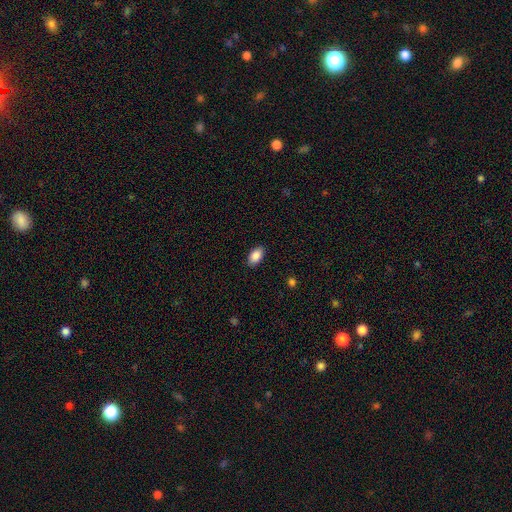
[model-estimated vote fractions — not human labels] Smooth or featured: smooth — 88% (star or artifact — 7%)
How rounded: in between — 93% (round — 5%)
Merging: none — 88% (minor disturbance — 9%)